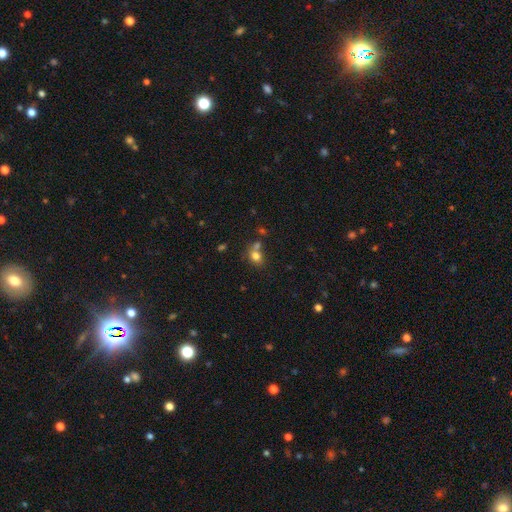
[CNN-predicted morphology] smooth-or-featured: smooth: 77% | star or artifact: 13% | featured or disk: 10%
  how-rounded: round: 54% | in between: 45% | cigar-shaped: 1%
  merging: none: 49% | merger: 34% | minor disturbance: 12% | major disturbance: 5%